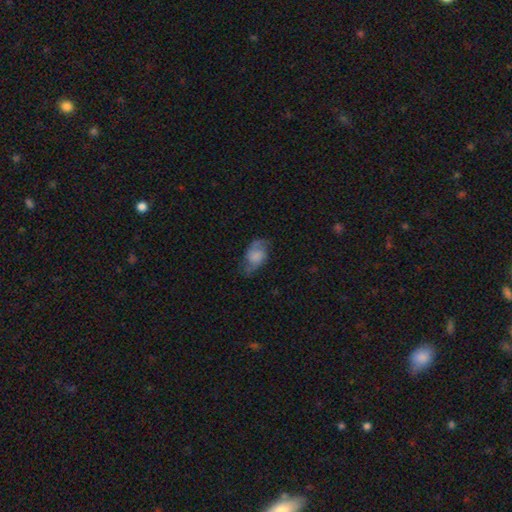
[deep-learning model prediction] Overall: featured or disk (53%; smooth 39%). Edge-on disk: no (96%). Bar: no (64%; weak 30%). Spiral arms: yes (86%). Bulge size: none (43%; large 18%). Merging: none (63%; minor disturbance 24%).